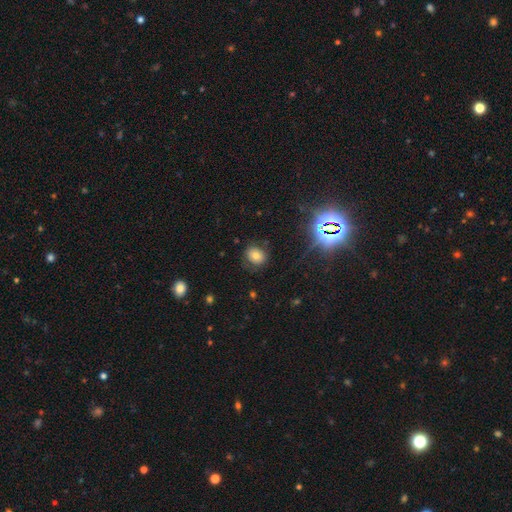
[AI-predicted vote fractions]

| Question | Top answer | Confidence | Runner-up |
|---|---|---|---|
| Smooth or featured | smooth | 66% | star or artifact (19%) |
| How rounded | round | 69% | in between (30%) |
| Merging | none | 79% | minor disturbance (14%) |